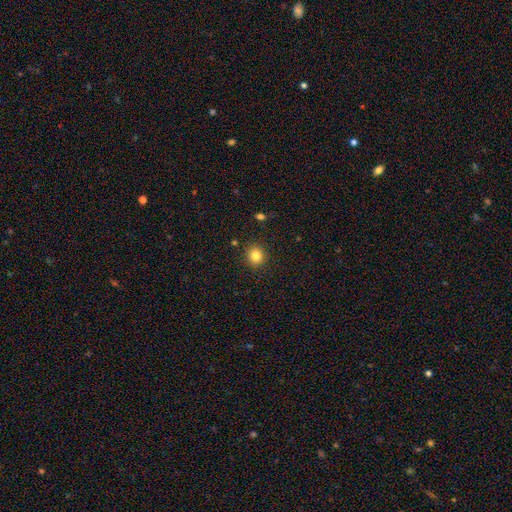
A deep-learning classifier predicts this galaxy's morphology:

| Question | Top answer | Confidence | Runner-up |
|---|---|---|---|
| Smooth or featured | smooth | 82% | star or artifact (12%) |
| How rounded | round | 89% | in between (10%) |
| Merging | none | 91% | minor disturbance (6%) |